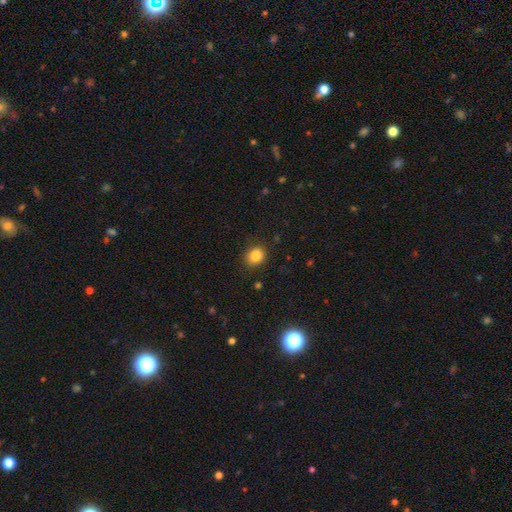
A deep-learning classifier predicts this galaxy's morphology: Smooth or featured: smooth — 85% (star or artifact — 11%)
How rounded: round — 58% (in between — 41%)
Merging: none — 84% (minor disturbance — 12%)